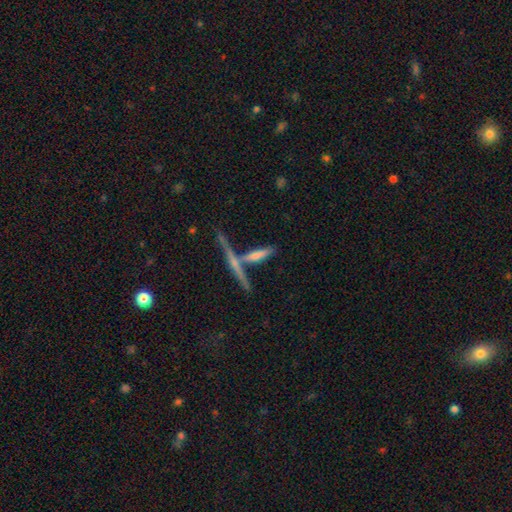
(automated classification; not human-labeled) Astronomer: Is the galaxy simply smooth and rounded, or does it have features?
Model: featured or disk — 46% (runner-up: smooth, 43%).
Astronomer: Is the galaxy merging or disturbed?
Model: none — 50% (runner-up: merger, 36%).